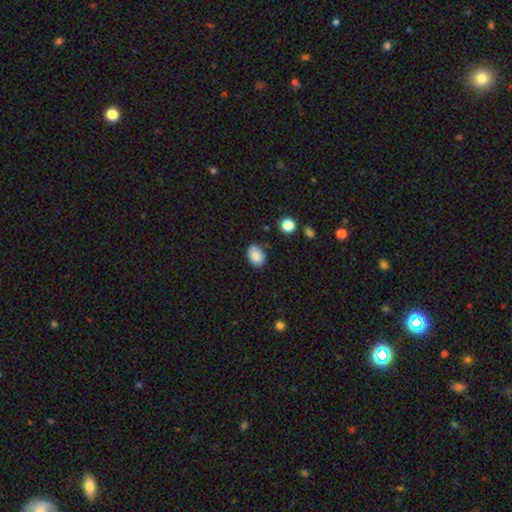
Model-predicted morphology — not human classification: Overall: smooth (86%). How rounded: in between (80%). Merging: none (80%).